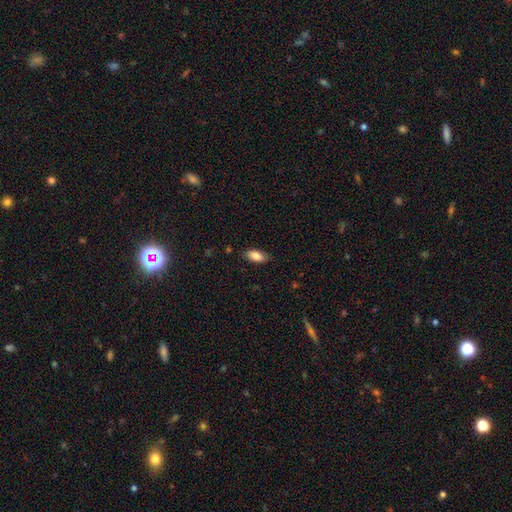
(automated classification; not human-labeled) Smooth or featured? smooth (85%)
How rounded? in between (88%)
Merging? none (82%)